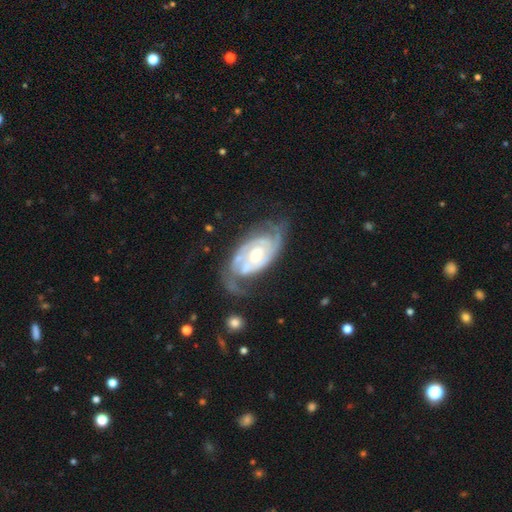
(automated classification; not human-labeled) Overall: featured or disk (88%). Edge-on disk: no (96%). Bar: no (61%; weak 31%). Spiral arms: yes (96%). Spiral arm count: 2 (59%; can't tell 20%). Spiral winding: tight (62%; medium 30%). Bulge size: moderate (56%; small 38%). Merging: none (57%; minor disturbance 23%).